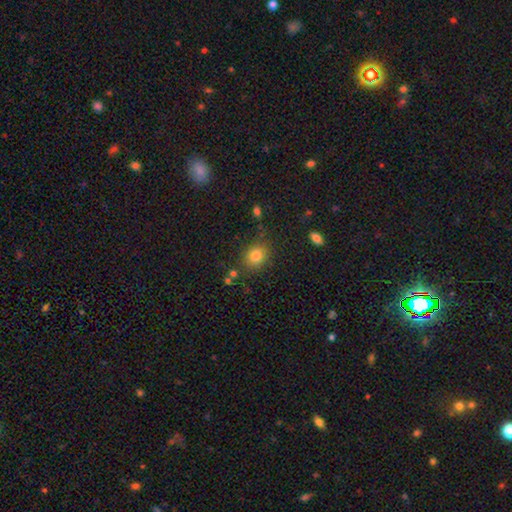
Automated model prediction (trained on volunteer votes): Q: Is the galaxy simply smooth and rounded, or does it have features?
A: smooth — 81%.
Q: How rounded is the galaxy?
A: round — 68%.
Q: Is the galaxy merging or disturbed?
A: none — 81%.